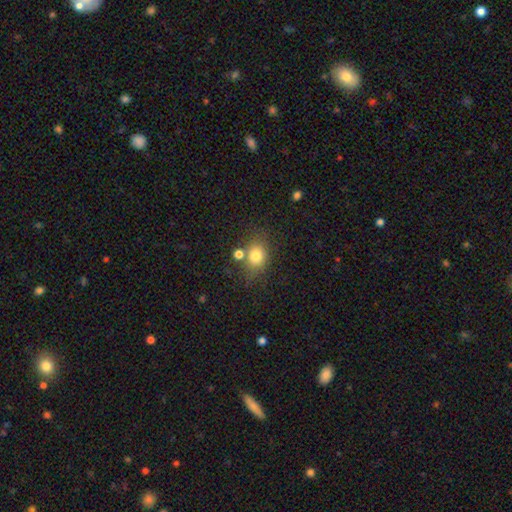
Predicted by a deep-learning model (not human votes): Smooth or featured?
  - smooth: 78% *
  - star or artifact: 12%
  - featured or disk: 9%
How rounded?
  - round: 56% *
  - in between: 42%
  - cigar-shaped: 1%
Merging?
  - none: 63% *
  - merger: 18%
  - minor disturbance: 14%
  - major disturbance: 5%